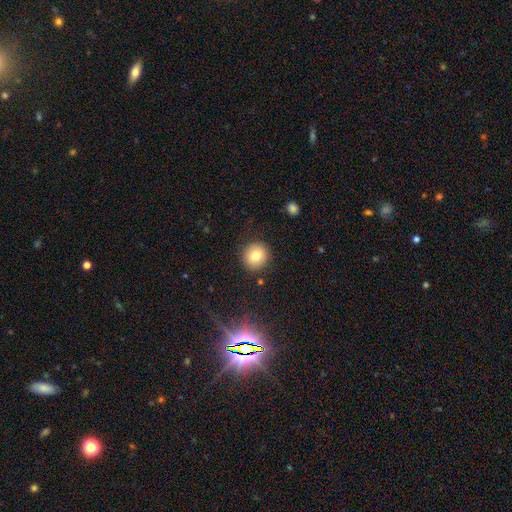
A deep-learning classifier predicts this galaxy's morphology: type=smooth (80%); roundness=round (89%); merging=none (89%).